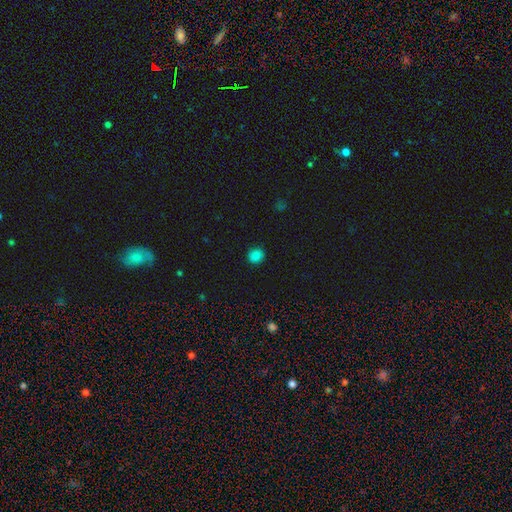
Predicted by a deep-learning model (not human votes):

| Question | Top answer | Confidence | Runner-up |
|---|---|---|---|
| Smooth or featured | smooth | 84% | star or artifact (14%) |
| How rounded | round | 81% | in between (18%) |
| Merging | none | 90% | minor disturbance (7%) |